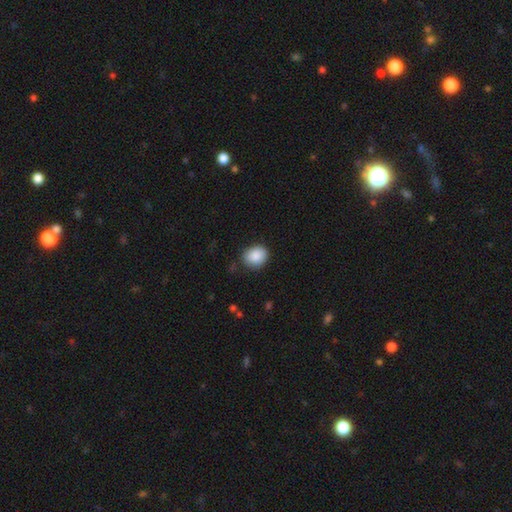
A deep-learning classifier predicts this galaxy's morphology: A smooth galaxy with no disk features (88%) that is round (59%).

Vote fractions:
- Smooth or featured? smooth: 88% / star or artifact: 7% / featured or disk: 4%
- How rounded? round: 59% / in between: 40% / cigar-shaped: 1%
- Merging? none: 82% / minor disturbance: 14% / major disturbance: 3% / merger: 1%